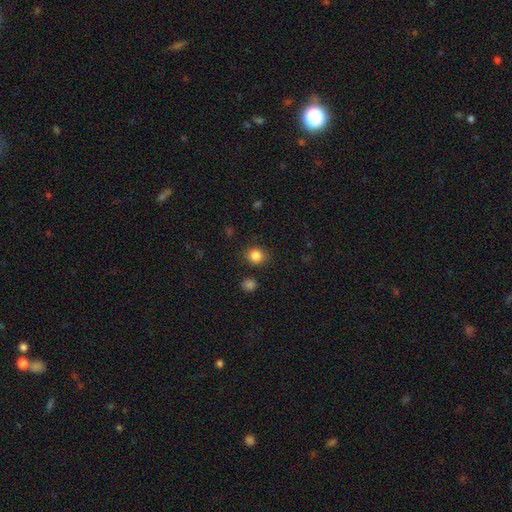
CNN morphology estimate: A smooth galaxy with no disk features (85%) that is round (82%). Merging: none (86%).